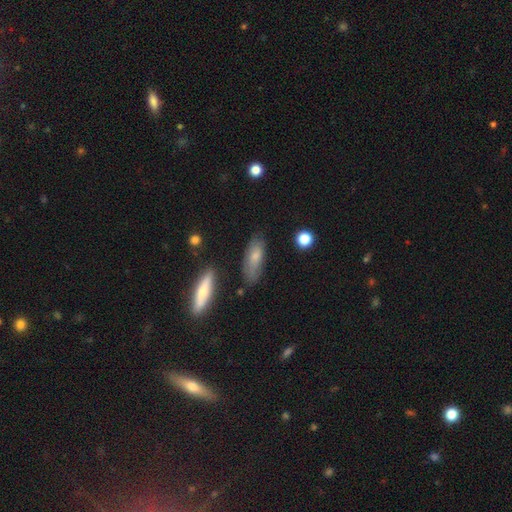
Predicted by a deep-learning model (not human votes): Smooth or featured? Predicted: smooth (p=0.64). How rounded? Predicted: in between (p=0.59). Merging? Predicted: none (p=0.76).